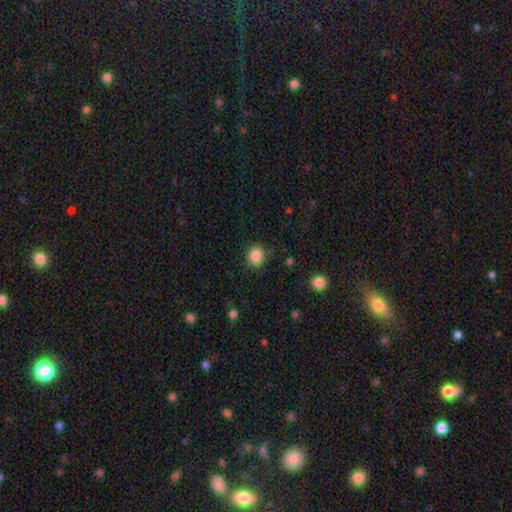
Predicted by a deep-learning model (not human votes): Morphology: type=smooth (87%); roundness=round (79%); merging=none (87%).